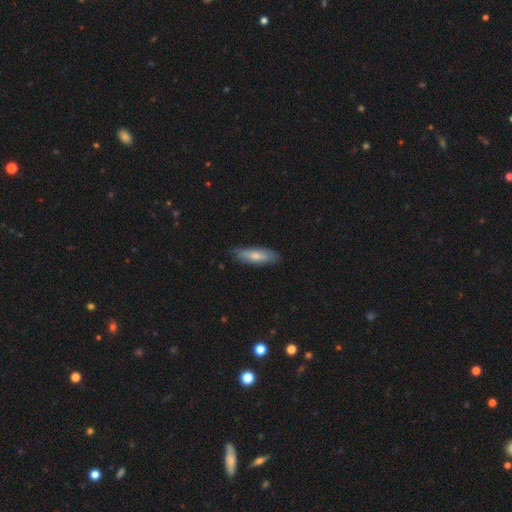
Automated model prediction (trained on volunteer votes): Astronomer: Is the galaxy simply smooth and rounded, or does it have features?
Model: smooth — 71%.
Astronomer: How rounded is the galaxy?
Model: cigar-shaped — 52% (runner-up: in between, 47%).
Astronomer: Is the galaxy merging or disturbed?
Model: none — 78%.